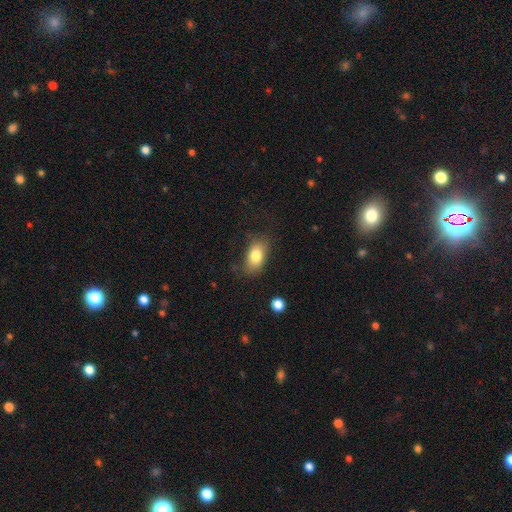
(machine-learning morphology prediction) Smooth or featured: smooth — 80% (featured or disk — 12%)
How rounded: in between — 87% (round — 11%)
Merging: none — 74% (minor disturbance — 18%)